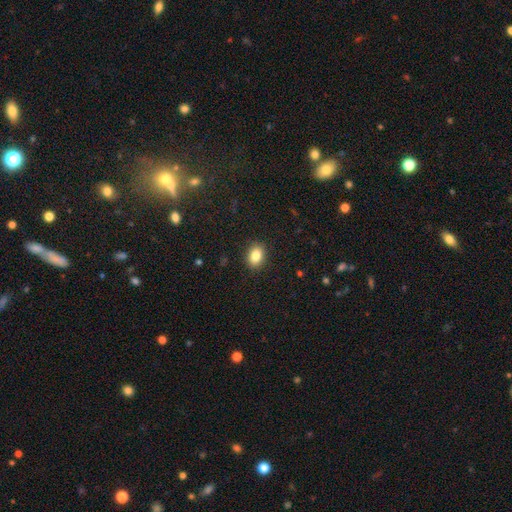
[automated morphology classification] This appears to be a smooth galaxy with no disk features (84%) that is in between round and cigar-shaped (69%). Merging: none (90%).